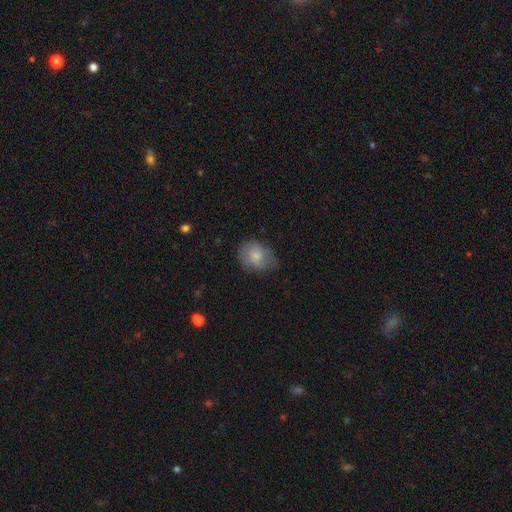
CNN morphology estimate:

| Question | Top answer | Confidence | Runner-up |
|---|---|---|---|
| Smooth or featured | smooth | 74% | featured or disk (18%) |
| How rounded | in between | 54% | round (45%) |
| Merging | none | 62% | minor disturbance (28%) |